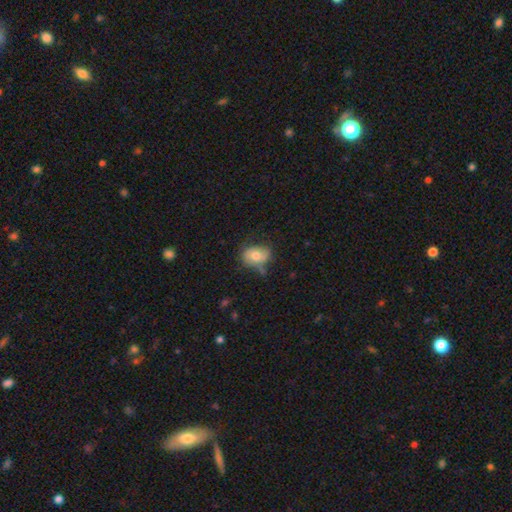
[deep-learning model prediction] This is likely a smooth galaxy (67%). How rounded: likely in between (66%). Merging: possibly none (49%).